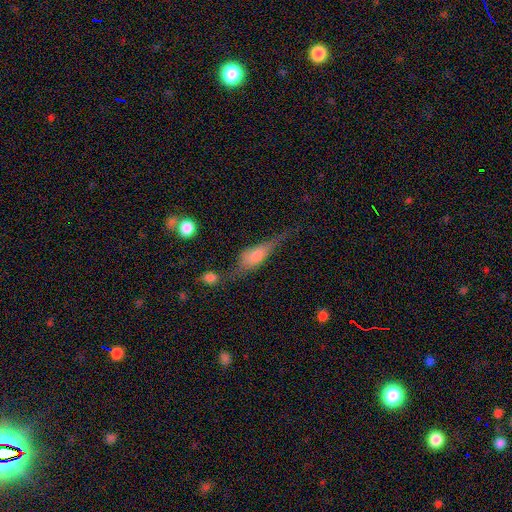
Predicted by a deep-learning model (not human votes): A featured or disk galaxy (48%). Merging: none (45%).